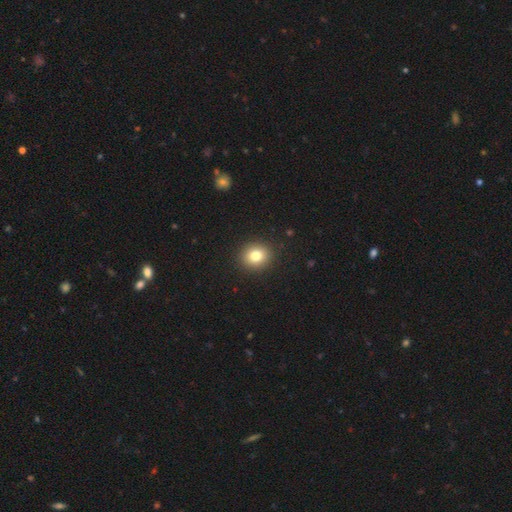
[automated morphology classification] This is clearly a smooth galaxy (81%). How rounded: likely round (75%). Merging: clearly none (91%).